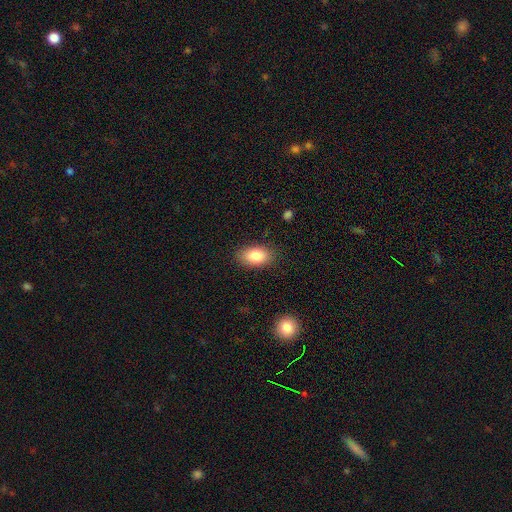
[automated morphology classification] The model was most divided on "smooth or featured": smooth: 84%, featured or disk: 9%, star or artifact: 7%. More confident: how rounded — in between (91%); merging — none (86%).